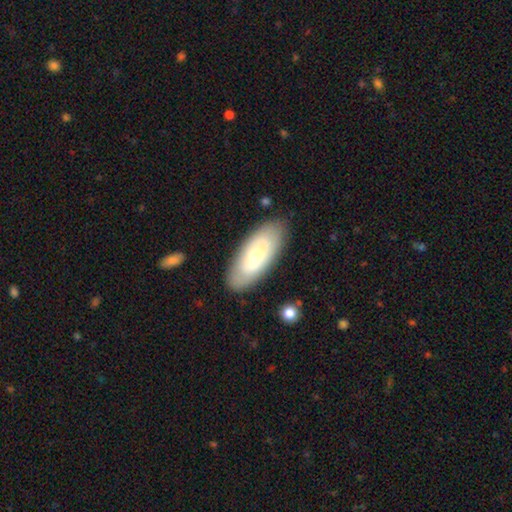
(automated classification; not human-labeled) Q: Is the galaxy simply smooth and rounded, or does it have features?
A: smooth — 47%, tied with featured or disk.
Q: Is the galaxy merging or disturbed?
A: none — 82%.